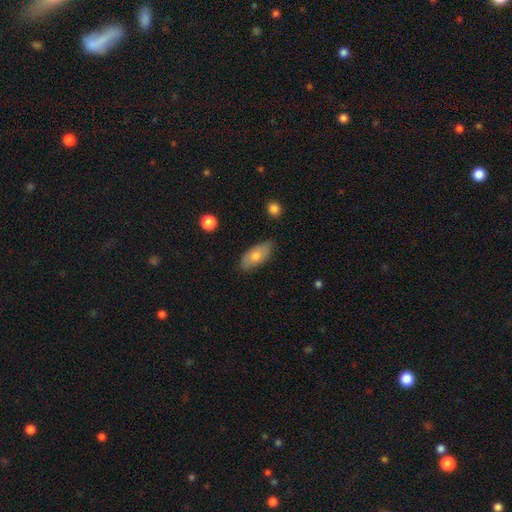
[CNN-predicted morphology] The model was most divided on "smooth or featured": smooth: 70%, featured or disk: 23%, star or artifact: 7%. More confident: how rounded — in between (88%); merging — none (79%).